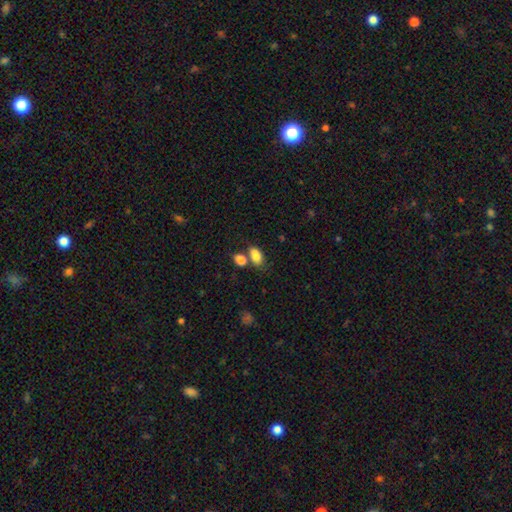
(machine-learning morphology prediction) Overall: smooth (83%). How rounded: in between (88%). Merging: none (44%; merger 37%).